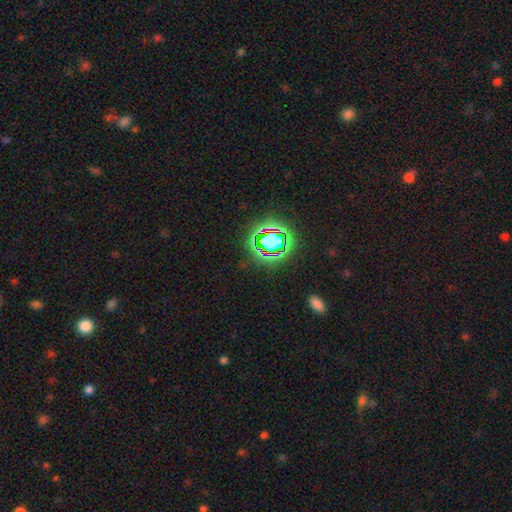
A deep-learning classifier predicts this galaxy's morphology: Q: Smooth or featured?
A: star or artifact (76%); runner-up: smooth (16%)